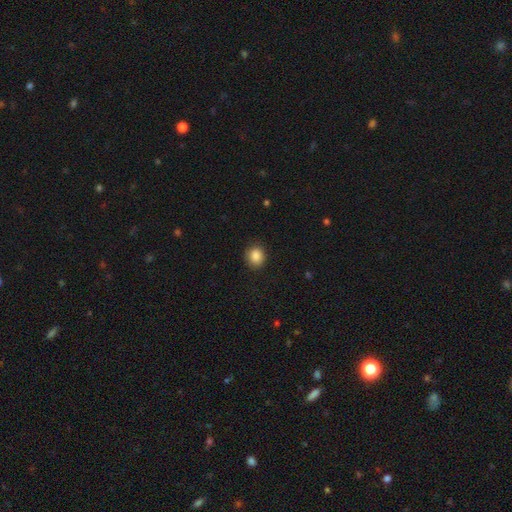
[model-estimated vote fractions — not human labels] The model was most divided on "how rounded": round: 80%, in between: 20%, cigar-shaped: 1%. More confident: merging — none (88%); smooth or featured — smooth (87%).